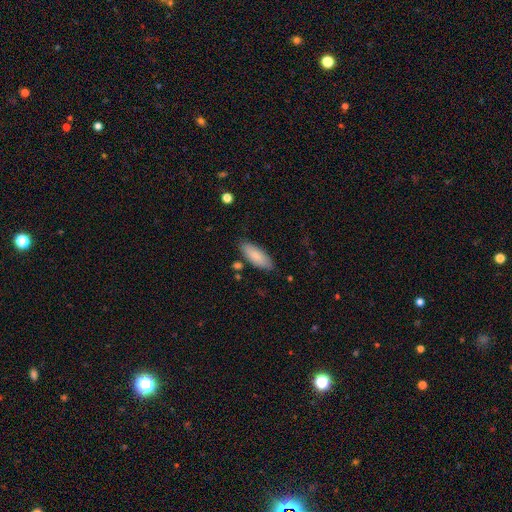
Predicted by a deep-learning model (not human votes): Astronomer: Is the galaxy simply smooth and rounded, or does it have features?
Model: smooth — 84%.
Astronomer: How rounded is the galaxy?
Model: in between — 73%.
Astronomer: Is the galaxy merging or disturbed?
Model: none — 81%.